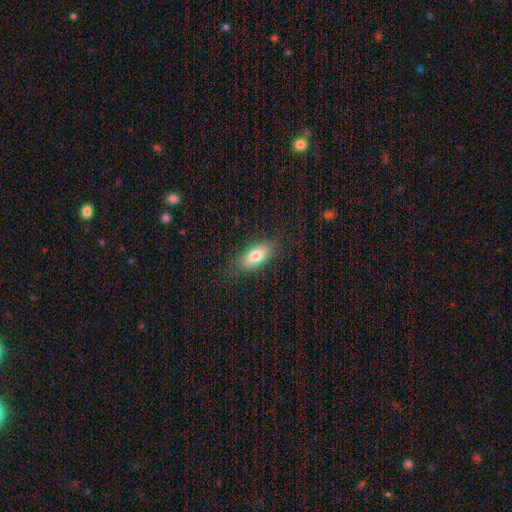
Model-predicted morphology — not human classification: Smooth or featured: smooth — 78% (featured or disk — 14%)
How rounded: in between — 82% (cigar-shaped — 14%)
Merging: none — 84% (minor disturbance — 12%)